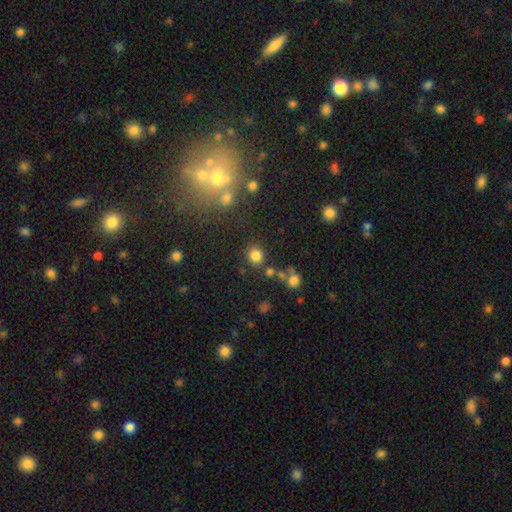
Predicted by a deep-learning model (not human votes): smooth 80%, star or artifact 14%, featured or disk 6%. Down the decision tree: how rounded — round (88%); merging — none (80%).